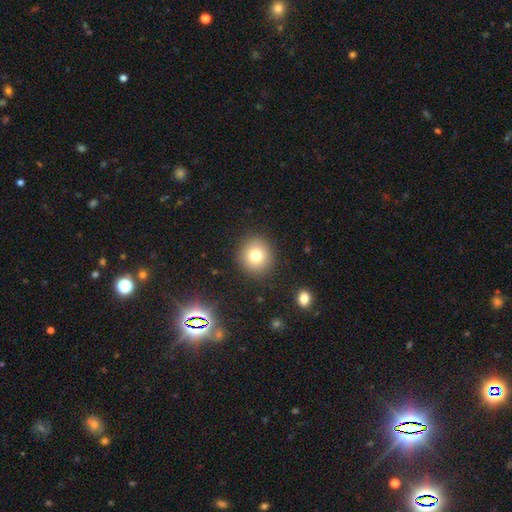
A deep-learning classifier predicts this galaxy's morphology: type=smooth (76%); roundness=round (88%); merging=none (90%).